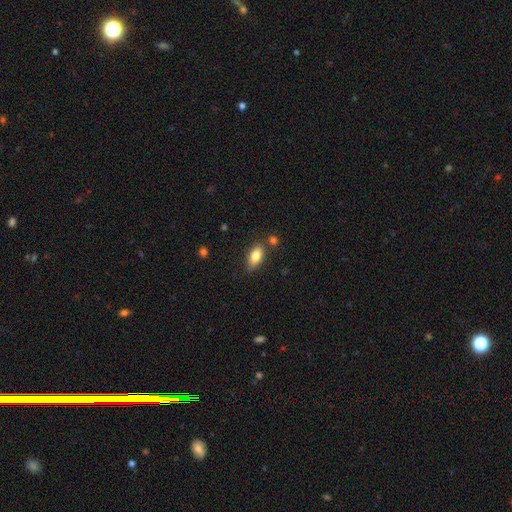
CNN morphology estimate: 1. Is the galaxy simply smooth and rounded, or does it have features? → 80% smooth, 12% featured or disk, 8% star or artifact.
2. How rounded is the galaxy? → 86% in between, 10% cigar-shaped, 4% round.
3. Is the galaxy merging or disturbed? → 74% none, 15% minor disturbance, 8% merger, 3% major disturbance.